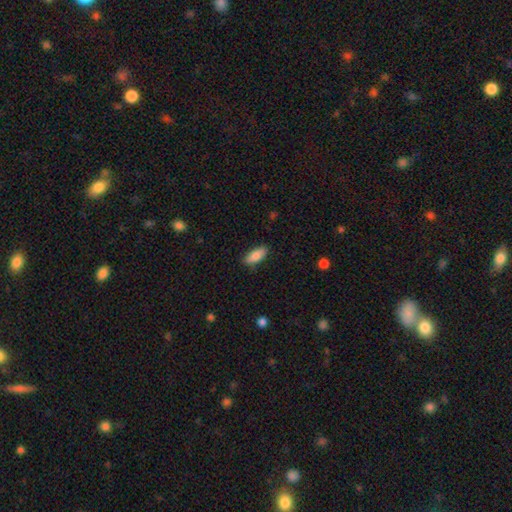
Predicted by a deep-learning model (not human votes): A smooth galaxy with no disk features (85%) that is in between round and cigar-shaped (76%).

Vote fractions:
- Smooth or featured? smooth: 85% / featured or disk: 8% / star or artifact: 6%
- How rounded? in between: 76% / cigar-shaped: 22% / round: 2%
- Merging? none: 85% / minor disturbance: 11% / major disturbance: 2% / merger: 1%